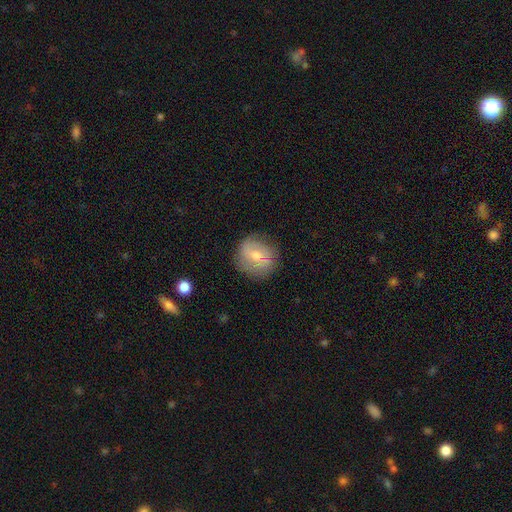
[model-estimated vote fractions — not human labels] This is possibly a smooth galaxy (59%). How rounded: clearly round (83%). Merging: likely none (74%).